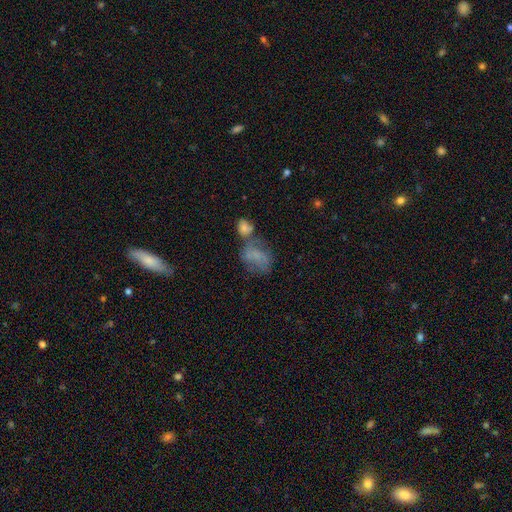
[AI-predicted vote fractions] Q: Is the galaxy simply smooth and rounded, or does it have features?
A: smooth — 57%.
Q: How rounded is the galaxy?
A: in between — 70%.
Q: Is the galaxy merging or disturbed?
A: merger — 39%.